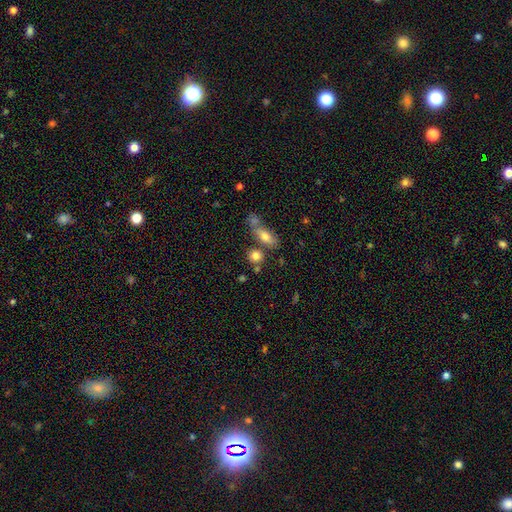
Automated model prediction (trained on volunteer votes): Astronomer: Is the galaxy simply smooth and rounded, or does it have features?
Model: smooth — 79%.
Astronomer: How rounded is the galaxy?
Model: round — 64%.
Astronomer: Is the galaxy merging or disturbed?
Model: none — 59%.